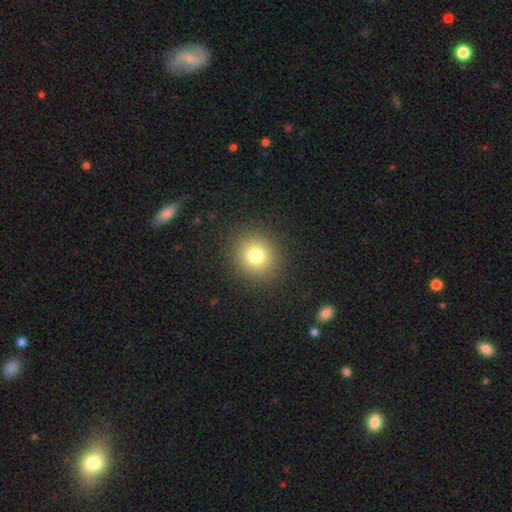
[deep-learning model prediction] The model was most divided on "smooth or featured": smooth: 78%, star or artifact: 14%, featured or disk: 9%. More confident: merging — none (90%); how rounded — round (86%).